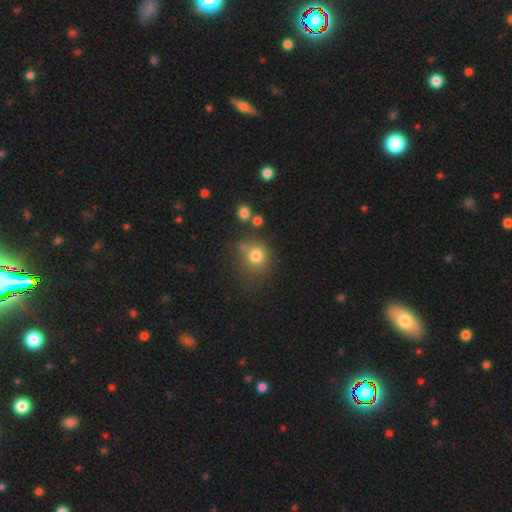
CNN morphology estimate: This is likely a smooth galaxy (77%). How rounded: clearly round (81%). Merging: likely none (61%).